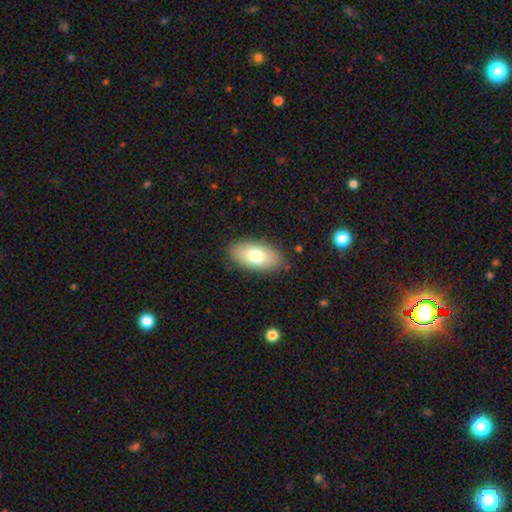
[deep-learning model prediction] A smooth galaxy with no disk features (75%) that is in between round and cigar-shaped (93%). Merging: none (85%).